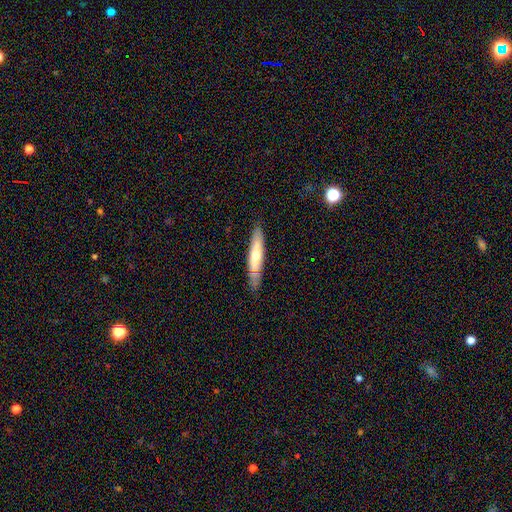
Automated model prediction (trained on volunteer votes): Smooth or featured? smooth (52%)
How rounded? cigar-shaped (83%)
Merging? none (80%)